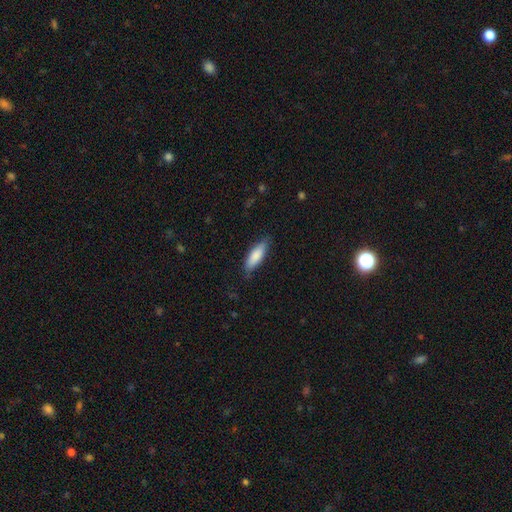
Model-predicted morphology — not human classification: Smooth or featured?
  - smooth: 82% *
  - featured or disk: 12%
  - star or artifact: 5%
How rounded?
  - in between: 57% *
  - cigar-shaped: 41%
  - round: 2%
Merging?
  - none: 78% *
  - minor disturbance: 18%
  - major disturbance: 3%
  - merger: 1%